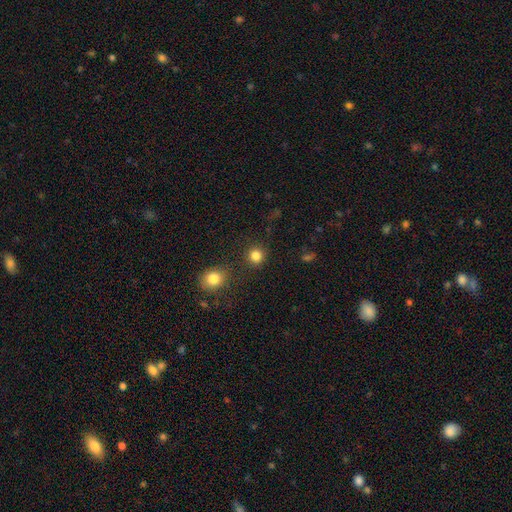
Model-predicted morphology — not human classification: Smooth or featured? smooth (85%)
How rounded? round (91%)
Merging? none (87%)